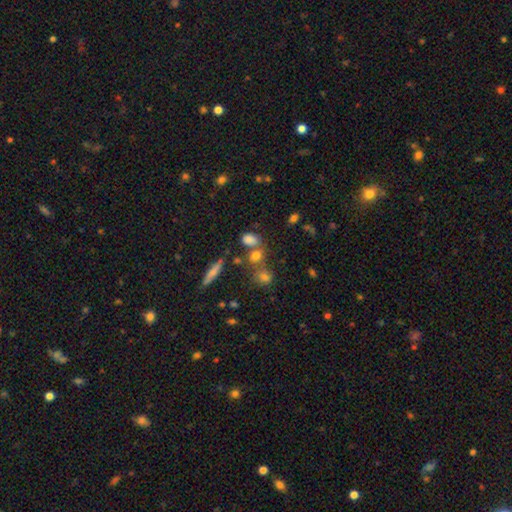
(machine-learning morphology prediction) Smooth or featured? smooth (69%)
How rounded? in between (57%)
Merging? none (55%)